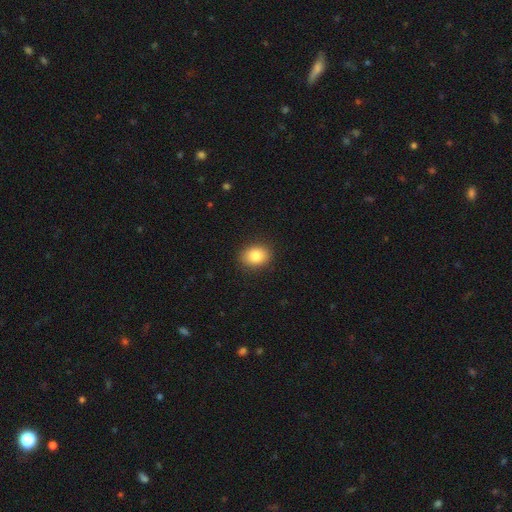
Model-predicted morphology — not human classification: type=smooth (85%); roundness=in between (58%); merging=none (90%).